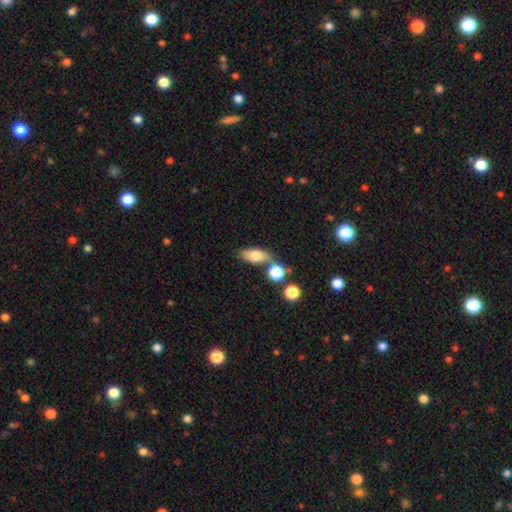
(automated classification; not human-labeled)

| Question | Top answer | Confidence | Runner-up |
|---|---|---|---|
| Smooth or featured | smooth | 76% | featured or disk (16%) |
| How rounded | in between | 79% | cigar-shaped (14%) |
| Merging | none | 65% | merger (18%) |